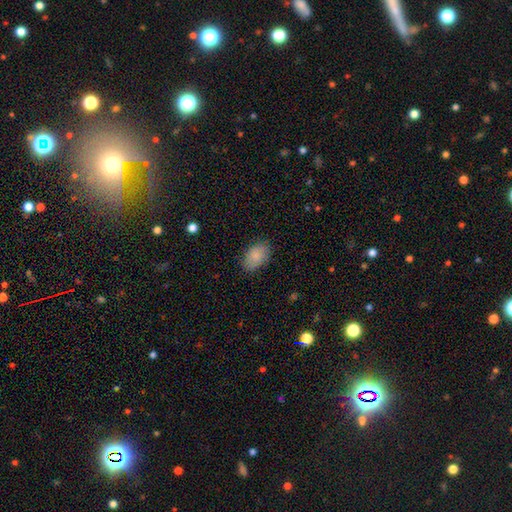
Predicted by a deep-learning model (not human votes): A smooth galaxy with no disk features (85%) that is in between round and cigar-shaped (89%).

Vote fractions:
- Smooth or featured? smooth: 85% / featured or disk: 8% / star or artifact: 7%
- How rounded? in between: 89% / round: 9% / cigar-shaped: 1%
- Merging? none: 83% / minor disturbance: 13% / major disturbance: 3% / merger: 1%